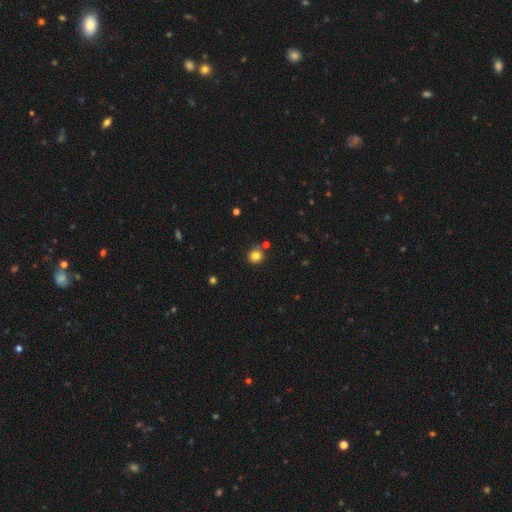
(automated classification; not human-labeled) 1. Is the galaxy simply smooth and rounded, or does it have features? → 82% smooth, 12% star or artifact, 5% featured or disk.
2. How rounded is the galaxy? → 89% round, 10% in between, 1% cigar-shaped.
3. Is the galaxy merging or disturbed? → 80% none, 9% minor disturbance, 8% merger, 3% major disturbance.